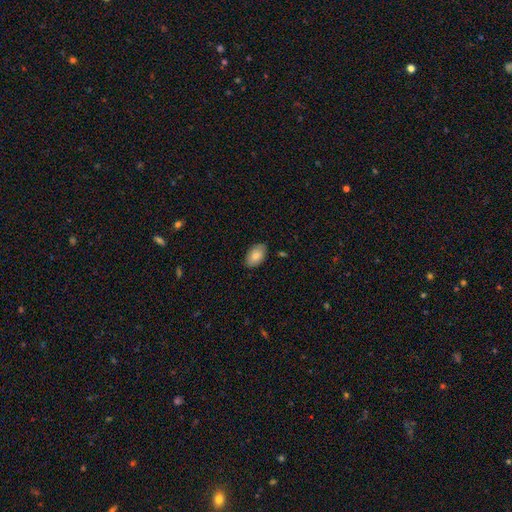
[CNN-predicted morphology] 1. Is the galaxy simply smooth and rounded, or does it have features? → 83% smooth, 10% featured or disk, 6% star or artifact.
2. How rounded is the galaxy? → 93% in between, 5% round, 1% cigar-shaped.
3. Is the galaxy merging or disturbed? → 86% none, 11% minor disturbance, 2% major disturbance, 1% merger.